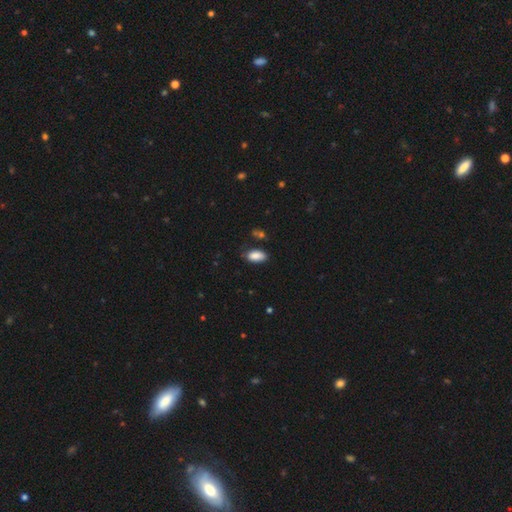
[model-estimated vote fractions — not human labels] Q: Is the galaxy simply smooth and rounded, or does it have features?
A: smooth — 87%.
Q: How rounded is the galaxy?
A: in between — 93%.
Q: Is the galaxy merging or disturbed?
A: none — 74%.